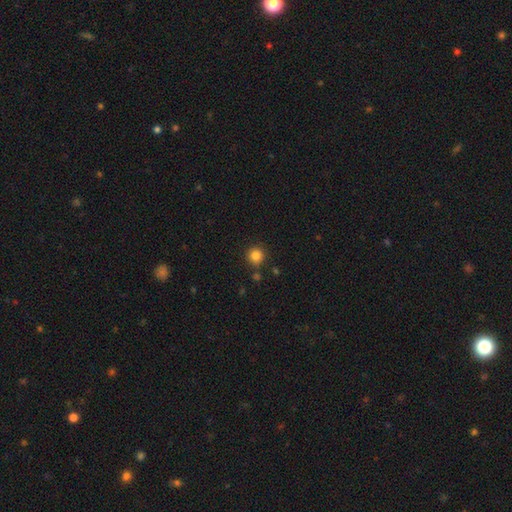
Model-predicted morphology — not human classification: A smooth galaxy with no disk features (84%) that is round (94%). Merging: none (87%).